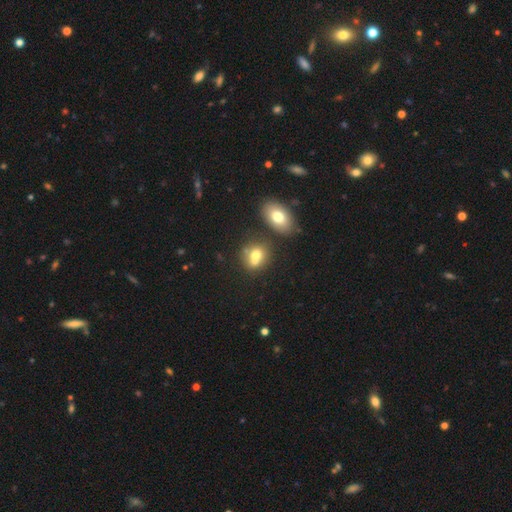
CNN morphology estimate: smooth_or_featured: smooth (p=0.68) [alt: featured or disk p=0.19]
how_rounded: round (p=0.65) [alt: in between p=0.34]
merging: merger (p=0.47) [alt: none p=0.39]